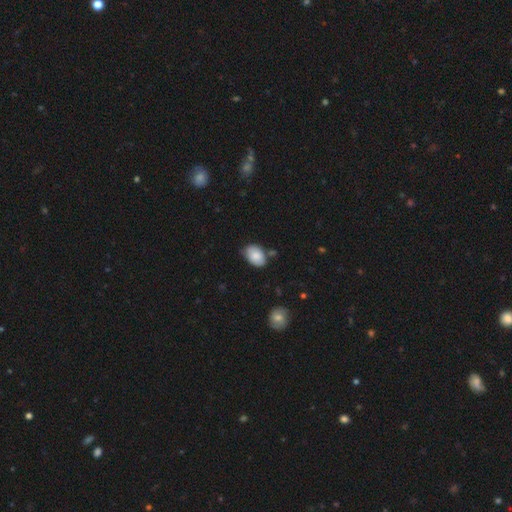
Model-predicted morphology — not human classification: This is clearly a smooth galaxy (84%). How rounded: clearly in between (85%). Merging: likely none (64%).